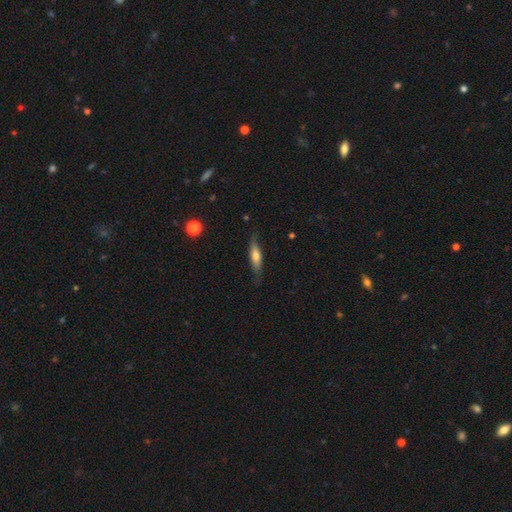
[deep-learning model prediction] Smooth or featured?
  - smooth: 59% *
  - featured or disk: 34%
  - star or artifact: 6%
How rounded?
  - cigar-shaped: 65% *
  - in between: 33%
  - round: 2%
Merging?
  - none: 76% *
  - minor disturbance: 19%
  - major disturbance: 4%
  - merger: 1%